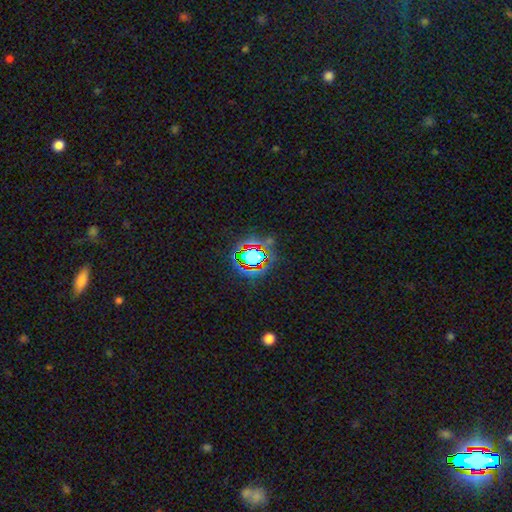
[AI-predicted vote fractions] smooth-or-featured: star or artifact: 64% | smooth: 22% | featured or disk: 14%